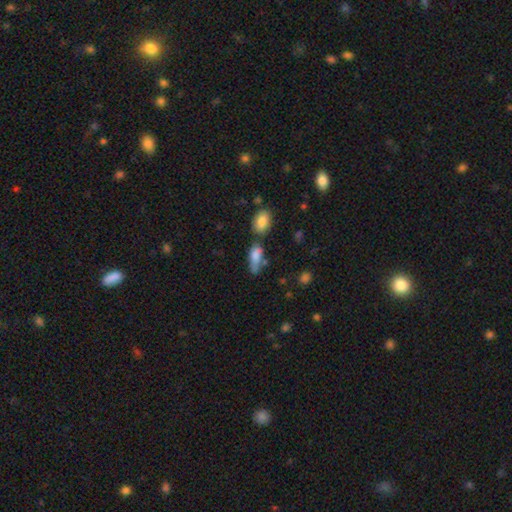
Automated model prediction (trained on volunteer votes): smooth-or-featured: smooth: 80% | featured or disk: 12% | star or artifact: 8%
  how-rounded: in between: 74% | cigar-shaped: 22% | round: 3%
  merging: none: 42% | minor disturbance: 27% | merger: 21% | major disturbance: 10%